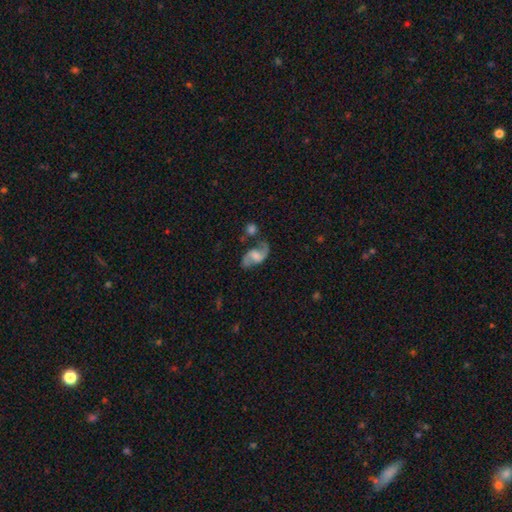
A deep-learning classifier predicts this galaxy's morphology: Smooth or featured: featured or disk — 77% (smooth — 16%)
Edge-on disk: no — 97% (yes — 3%)
Bar: weak — 49% (no — 35%)
Spiral arms: yes — 93% (no — 7%)
Spiral winding: loose — 56% (medium — 36%)
Spiral arm count: 2 — 91% (can't tell — 3%)
Bulge size: moderate — 36% (small — 27%)
Merging: none — 60% (minor disturbance — 18%)